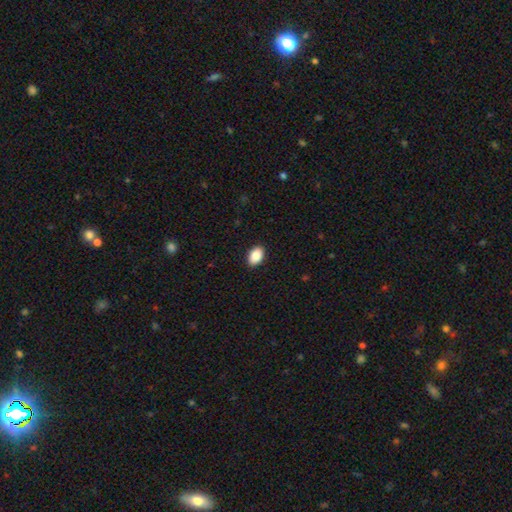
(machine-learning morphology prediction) Overall: smooth (89%). How rounded: in between (89%). Merging: none (90%).